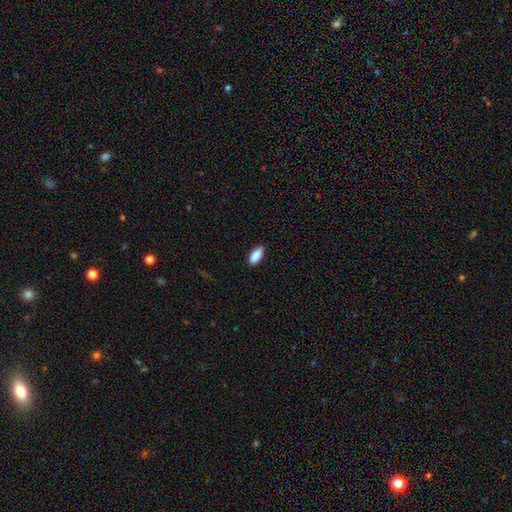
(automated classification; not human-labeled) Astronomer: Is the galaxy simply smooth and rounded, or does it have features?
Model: smooth — 90%.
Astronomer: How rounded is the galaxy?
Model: in between — 85%.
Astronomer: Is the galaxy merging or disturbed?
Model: none — 86%.